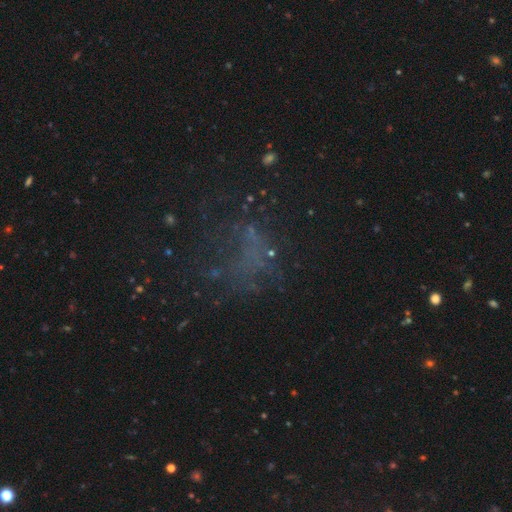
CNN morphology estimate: type=star or artifact (41%).